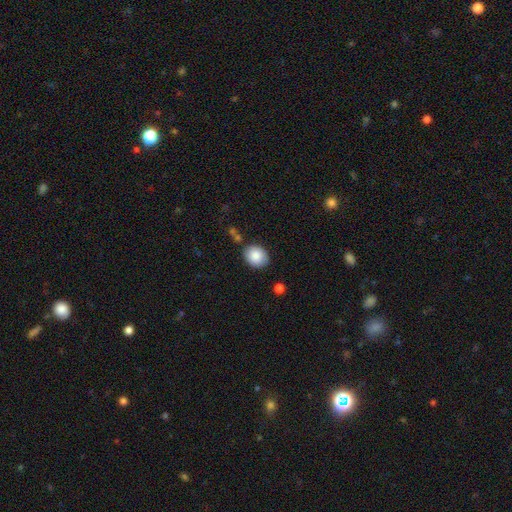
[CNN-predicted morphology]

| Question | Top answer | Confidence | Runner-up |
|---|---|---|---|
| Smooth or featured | smooth | 87% | star or artifact (7%) |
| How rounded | in between | 51% | round (48%) |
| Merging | none | 81% | minor disturbance (13%) |